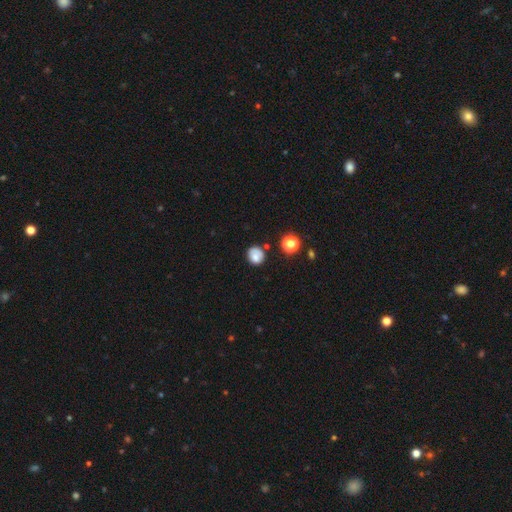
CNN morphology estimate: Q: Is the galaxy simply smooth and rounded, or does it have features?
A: smooth — 75%.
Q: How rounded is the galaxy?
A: round — 79%.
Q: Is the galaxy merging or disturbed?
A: none — 68%.